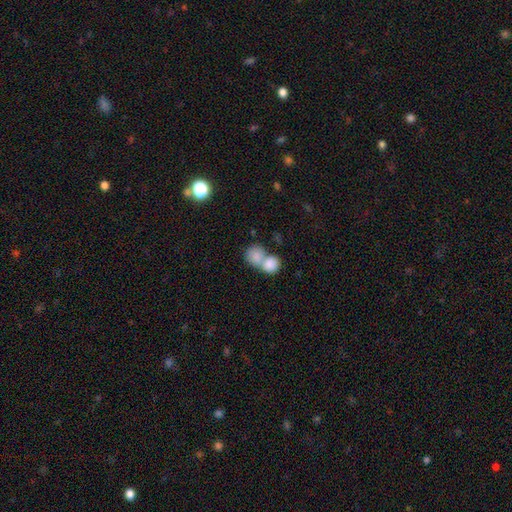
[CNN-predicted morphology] This appears to be a smooth galaxy with no disk features (83%) that is round (65%). Merging: merger (71%).